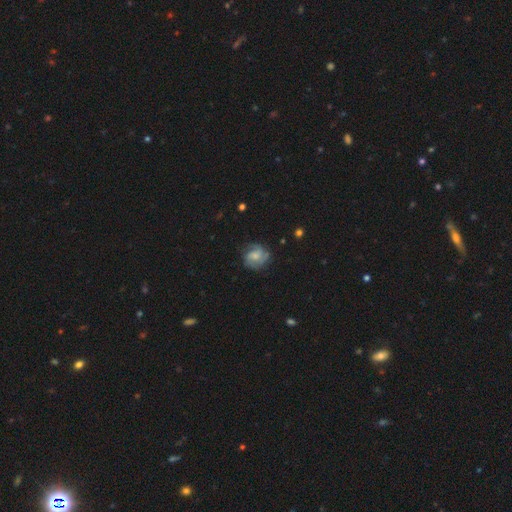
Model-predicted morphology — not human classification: featured or disk 61%, smooth 32%, star or artifact 8%. Down the decision tree: edge-on disk — no (98%); bar — no (61%); spiral arms — yes (89%); spiral arm count — 2 (36%); spiral winding — medium (42%, tied with tight); bulge size — moderate (44%); merging — none (69%).